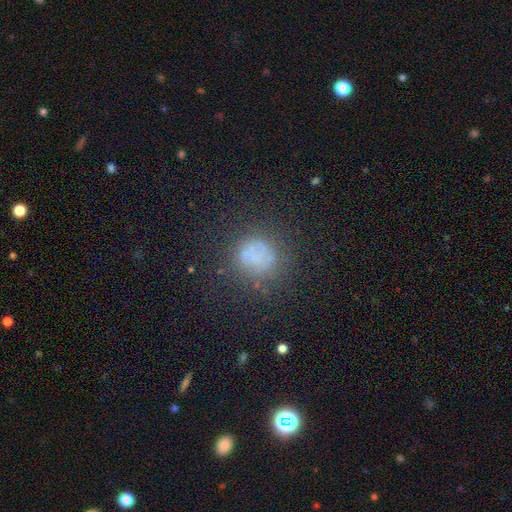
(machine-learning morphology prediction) A smooth galaxy with no disk features (51%) that is round (82%).

Vote fractions:
- Smooth or featured? smooth: 51% / featured or disk: 27% / star or artifact: 21%
- How rounded? round: 82% / in between: 16% / cigar-shaped: 1%
- Merging? none: 63% / minor disturbance: 18% / major disturbance: 14% / merger: 5%